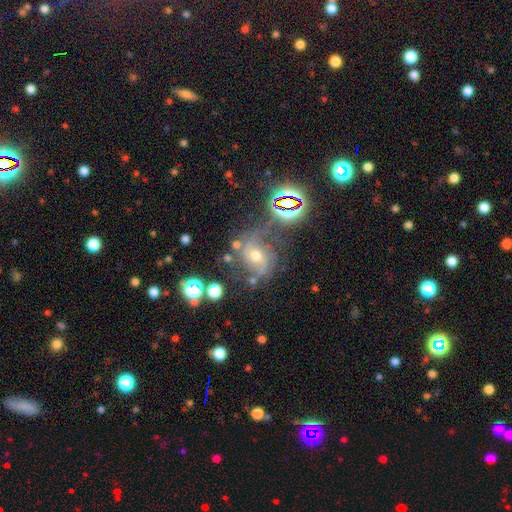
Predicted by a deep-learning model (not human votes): Smooth or featured?
  - featured or disk: 61% *
  - star or artifact: 21%
  - smooth: 17%
Edge-on disk?
  - no: 96% *
  - yes: 4%
Bar?
  - no: 59% *
  - weak: 30%
  - strong: 12%
Spiral arms?
  - yes: 88% *
  - no: 12%
Spiral winding?
  - medium: 49% *
  - loose: 31%
  - tight: 20%
Spiral arm count?
  - 2: 74% *
  - can't tell: 11%
  - 3: 6%
  - 1: 5%
  - 4: 2%
  - more than 4: 2%
Bulge size?
  - moderate: 69% *
  - small: 21%
  - large: 6%
  - none: 2%
  - dominant: 1%
Merging?
  - none: 53% *
  - minor disturbance: 20%
  - major disturbance: 17%
  - merger: 9%